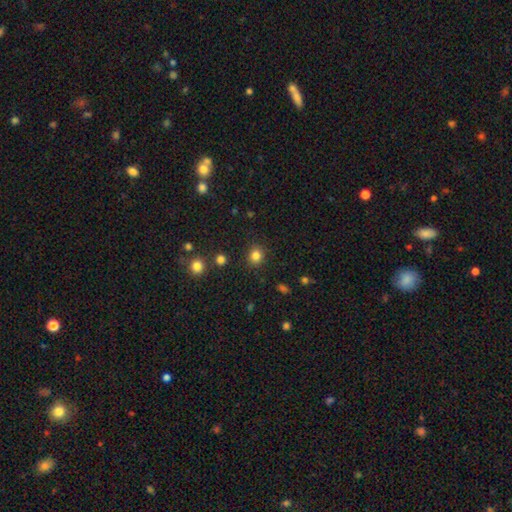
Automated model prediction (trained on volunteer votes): Smooth or featured? smooth (83%)
How rounded? round (82%)
Merging? none (87%)